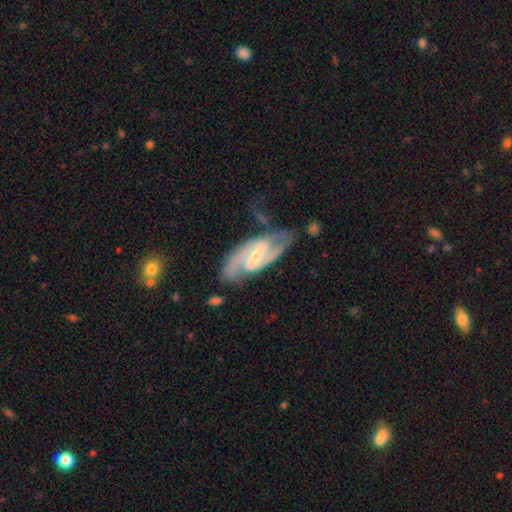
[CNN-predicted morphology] Smooth or featured: featured or disk — 91% (smooth — 5%)
Edge-on disk: no — 96% (yes — 4%)
Bar: strong — 45% (weak — 41%)
Spiral arms: yes — 98% (no — 2%)
Spiral winding: medium — 57% (tight — 26%)
Spiral arm count: 2 — 92% (3 — 3%)
Bulge size: small — 63% (moderate — 31%)
Merging: none — 73% (minor disturbance — 17%)